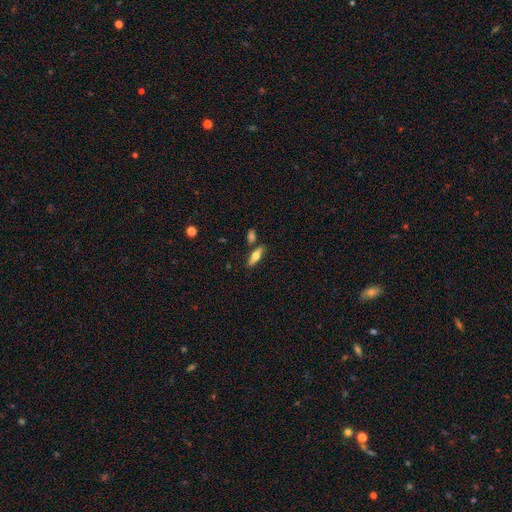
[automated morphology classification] smooth_or_featured: smooth (p=0.58) [alt: featured or disk p=0.35]
how_rounded: in between (p=0.50) [alt: cigar-shaped p=0.47]
merging: none (p=0.77) [alt: minor disturbance p=0.11]